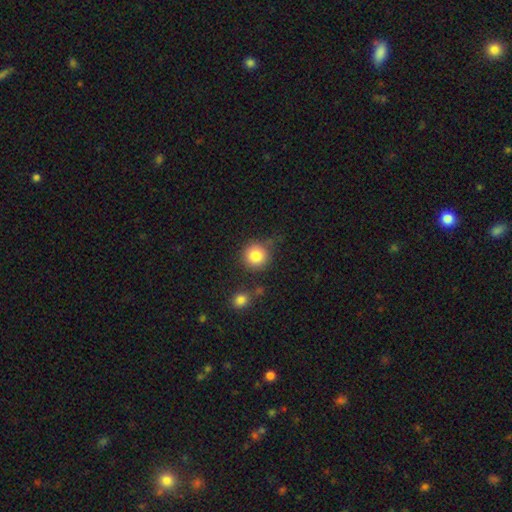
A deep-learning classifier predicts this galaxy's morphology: This appears to be a smooth galaxy with no disk features (84%) that is round (93%). Merging: none (77%).